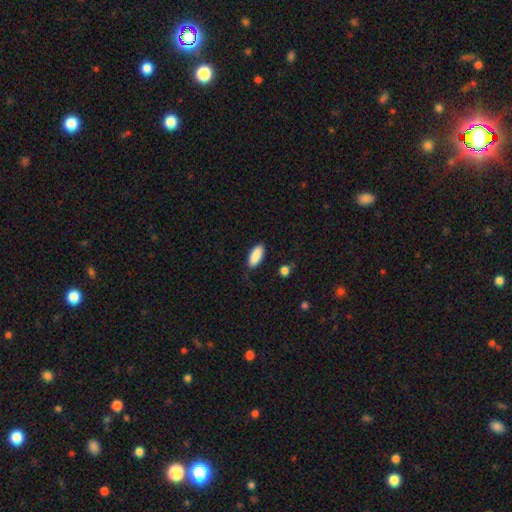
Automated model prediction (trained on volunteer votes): A smooth galaxy with no disk features (89%) that is in between round and cigar-shaped (85%).

Vote fractions:
- Smooth or featured? smooth: 89% / star or artifact: 6% / featured or disk: 5%
- How rounded? in between: 85% / cigar-shaped: 13% / round: 2%
- Merging? none: 83% / minor disturbance: 13% / major disturbance: 3% / merger: 2%